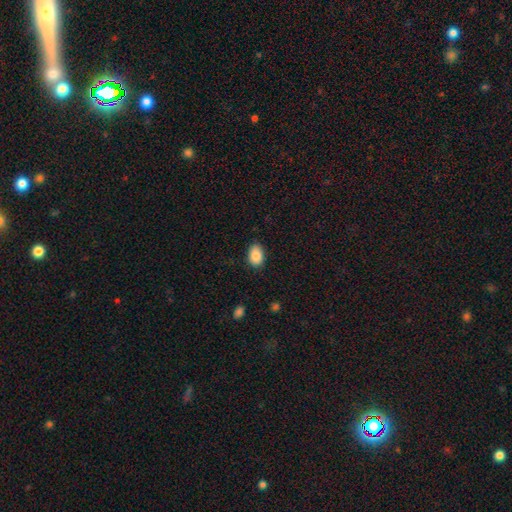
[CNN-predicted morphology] type=smooth (86%); roundness=in between (85%); merging=none (83%).